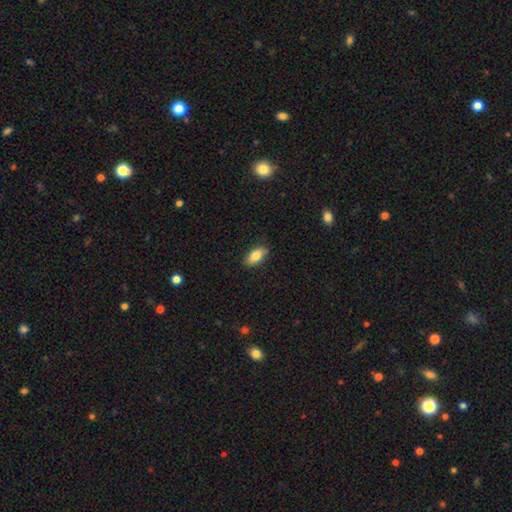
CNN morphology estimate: A smooth galaxy with no disk features (81%) that is in between round and cigar-shaped (89%).

Vote fractions:
- Smooth or featured? smooth: 81% / featured or disk: 12% / star or artifact: 7%
- How rounded? in between: 89% / cigar-shaped: 6% / round: 4%
- Merging? none: 86% / minor disturbance: 11% / major disturbance: 2% / merger: 1%